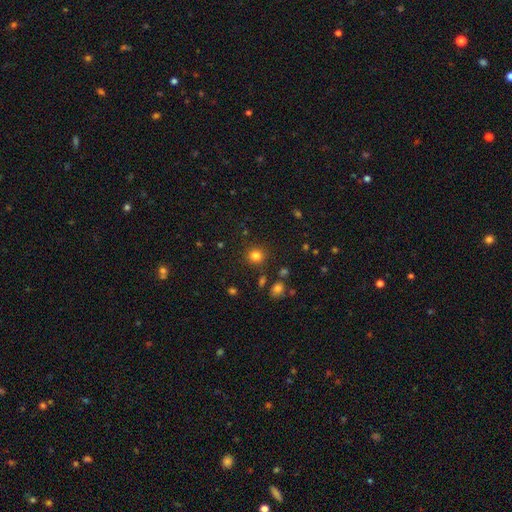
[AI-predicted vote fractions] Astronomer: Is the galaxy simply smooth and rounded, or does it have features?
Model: smooth — 81%.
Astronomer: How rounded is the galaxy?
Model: round — 89%.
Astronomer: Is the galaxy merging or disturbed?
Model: none — 87%.